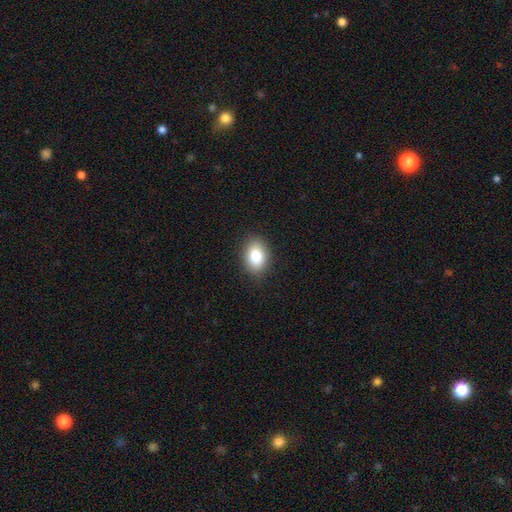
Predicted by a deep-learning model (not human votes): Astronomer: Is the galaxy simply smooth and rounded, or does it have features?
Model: smooth — 82%.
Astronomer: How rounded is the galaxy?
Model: in between — 74%.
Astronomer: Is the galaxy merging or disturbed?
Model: none — 88%.